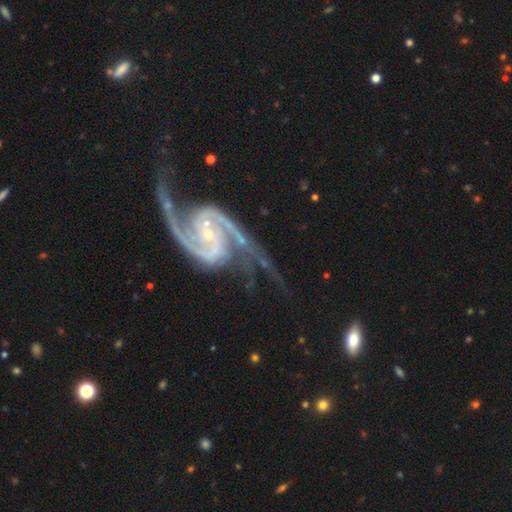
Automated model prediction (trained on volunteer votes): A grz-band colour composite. It shows a featured or disk galaxy (94%) with a weak bar (40%), 2 (93%) medium (55%) spiral arms (99%) and a small central bulge (78%). Merging: none (62%).